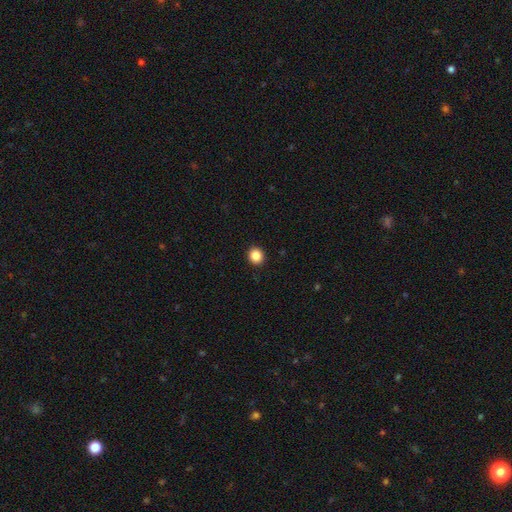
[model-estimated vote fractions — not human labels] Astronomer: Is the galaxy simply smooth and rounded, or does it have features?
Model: smooth — 87%.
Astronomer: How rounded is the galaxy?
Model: round — 84%.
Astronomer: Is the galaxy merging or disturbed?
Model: none — 93%.